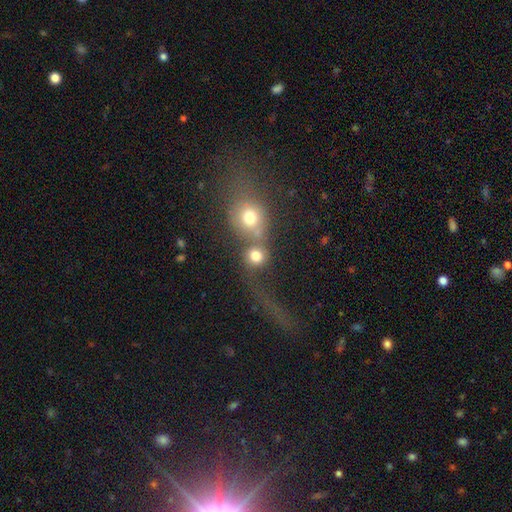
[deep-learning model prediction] smooth 73%, star or artifact 13%, featured or disk 13%. Down the decision tree: how rounded — round (85%); merging — merger (50%).